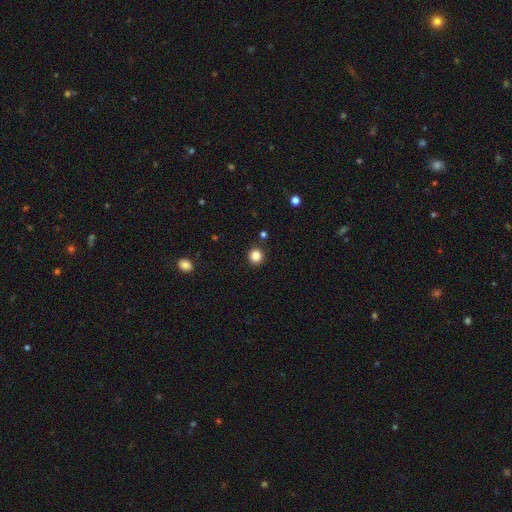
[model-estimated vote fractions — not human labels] smooth 85%, star or artifact 11%, featured or disk 4%. Down the decision tree: how rounded — round (93%); merging — none (91%).